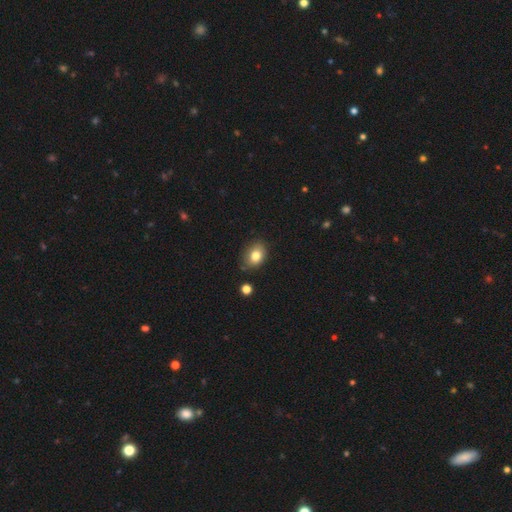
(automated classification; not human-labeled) smooth_or_featured: smooth (p=0.81) [alt: star or artifact p=0.10]
how_rounded: in between (p=0.71) [alt: round p=0.28]
merging: none (p=0.77) [alt: minor disturbance p=0.17]